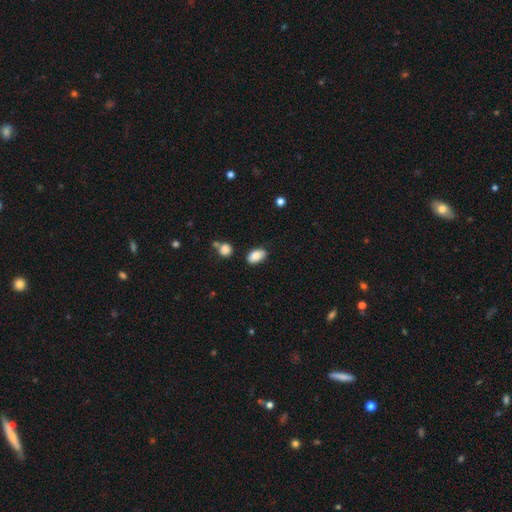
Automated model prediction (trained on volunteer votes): smooth_or_featured: smooth (p=0.86) [alt: star or artifact p=0.08]
how_rounded: in between (p=0.91) [alt: round p=0.08]
merging: none (p=0.72) [alt: minor disturbance p=0.20]